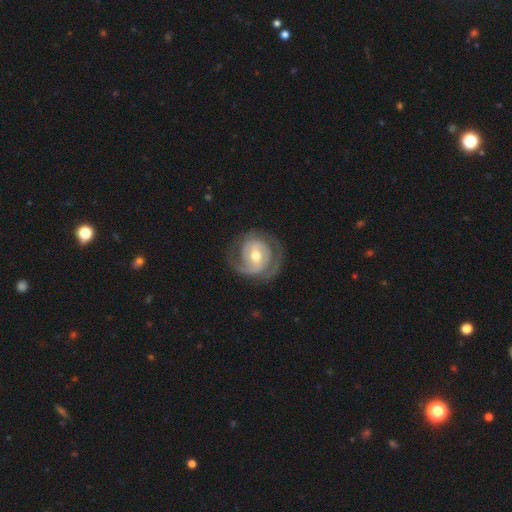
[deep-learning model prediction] Smooth or featured?
  - featured or disk: 85% *
  - smooth: 11%
  - star or artifact: 4%
Edge-on disk?
  - no: 97% *
  - yes: 3%
Bar?
  - weak: 44% *
  - no: 31%
  - strong: 25%
Spiral arms?
  - yes: 92% *
  - no: 8%
Spiral winding?
  - tight: 60% *
  - medium: 31%
  - loose: 9%
Spiral arm count?
  - 2: 67% *
  - can't tell: 13%
  - 3: 8%
  - 1: 8%
  - 4: 2%
  - more than 4: 2%
Bulge size?
  - moderate: 72% *
  - small: 21%
  - large: 5%
  - none: 1%
  - dominant: 1%
Merging?
  - none: 74% *
  - minor disturbance: 16%
  - major disturbance: 9%
  - merger: 1%